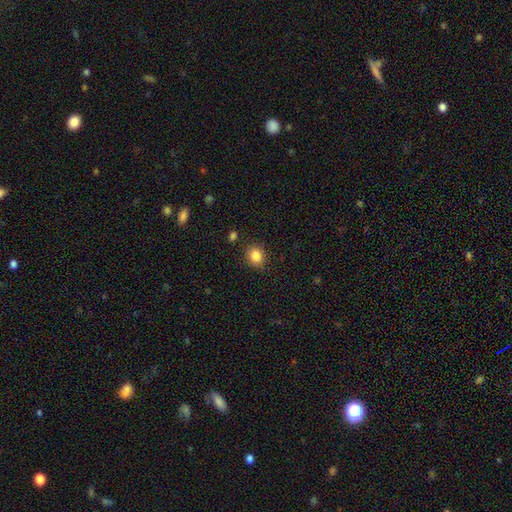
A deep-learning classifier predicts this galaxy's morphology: Smooth or featured?
  - smooth: 85% *
  - star or artifact: 10%
  - featured or disk: 5%
How rounded?
  - round: 63% *
  - in between: 36%
  - cigar-shaped: 1%
Merging?
  - none: 86% *
  - minor disturbance: 9%
  - major disturbance: 3%
  - merger: 2%